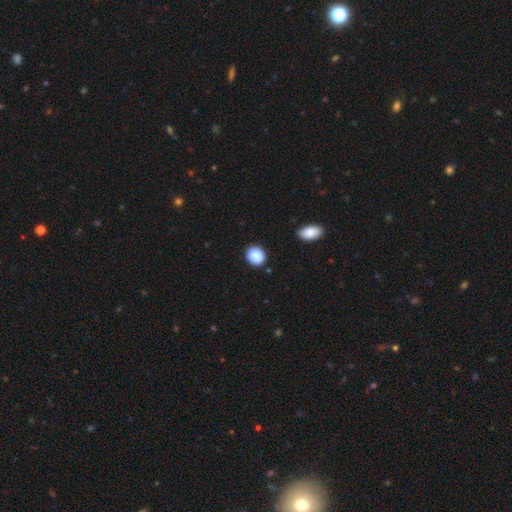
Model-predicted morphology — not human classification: smooth_or_featured: smooth (p=0.89) [alt: star or artifact p=0.08]
how_rounded: round (p=0.71) [alt: in between p=0.28]
merging: none (p=0.87) [alt: minor disturbance p=0.09]